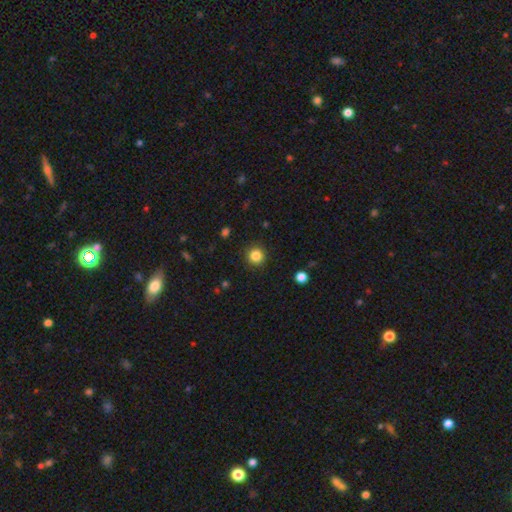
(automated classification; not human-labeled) Smooth or featured? smooth (85%)
How rounded? round (94%)
Merging? none (91%)